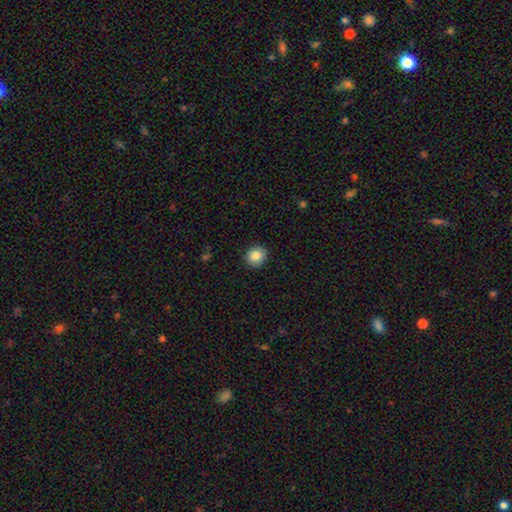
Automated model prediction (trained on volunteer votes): Smooth or featured? smooth (84%)
How rounded? round (84%)
Merging? none (91%)